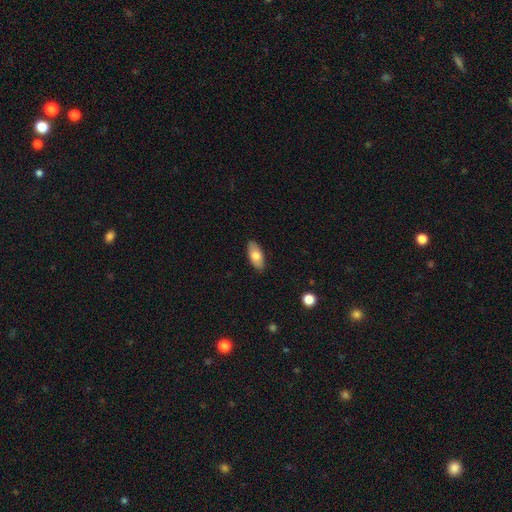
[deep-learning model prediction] A smooth galaxy with no disk features (76%) that is in between round and cigar-shaped (88%). Merging: none (88%).